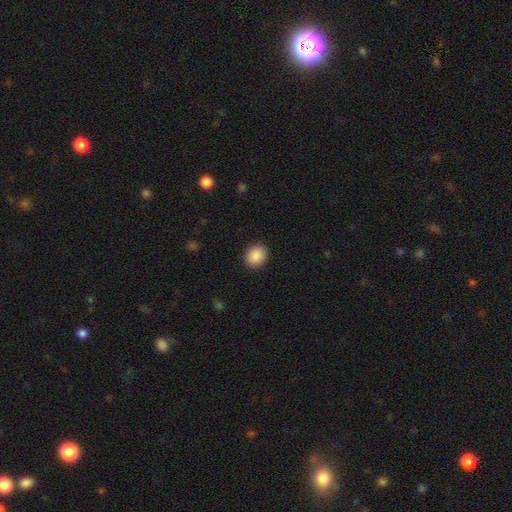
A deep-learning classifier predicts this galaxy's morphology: The model was most divided on "how rounded": round: 64%, in between: 35%, cigar-shaped: 1%. More confident: merging — none (90%); smooth or featured — smooth (89%).